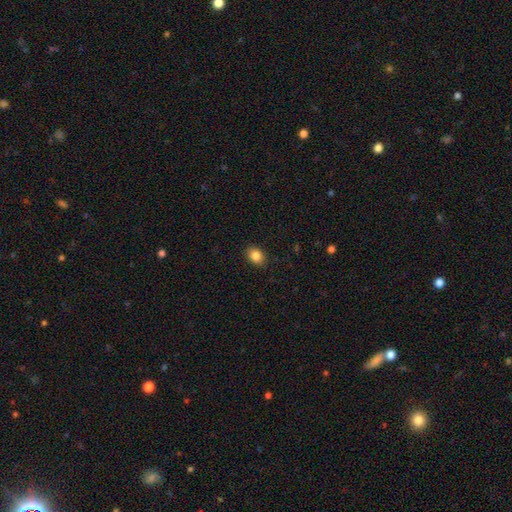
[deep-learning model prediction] smooth-or-featured: smooth: 86% | star or artifact: 9% | featured or disk: 5%
  how-rounded: in between: 70% | round: 29% | cigar-shaped: 1%
  merging: none: 89% | minor disturbance: 8% | major disturbance: 2% | merger: 1%